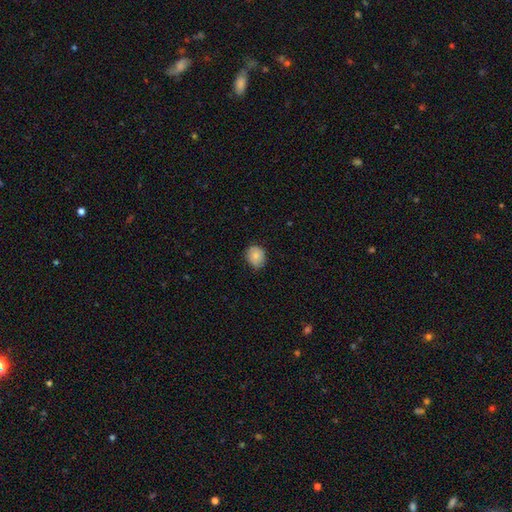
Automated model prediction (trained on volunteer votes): smooth 79%, featured or disk 13%, star or artifact 8%. Down the decision tree: how rounded — round (67%); merging — none (73%).